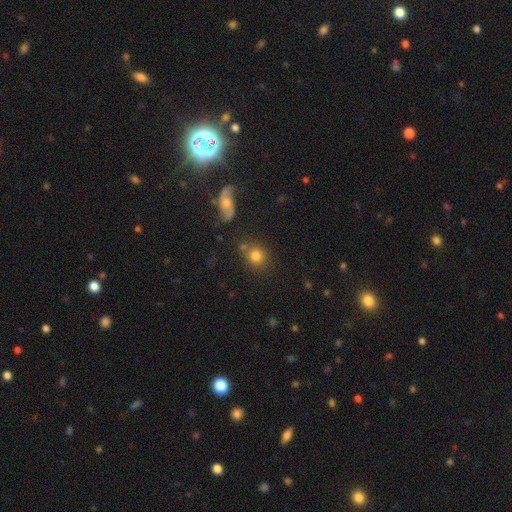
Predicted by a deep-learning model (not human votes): A smooth galaxy with no disk features (79%) that is round (76%). Merging: none (67%).